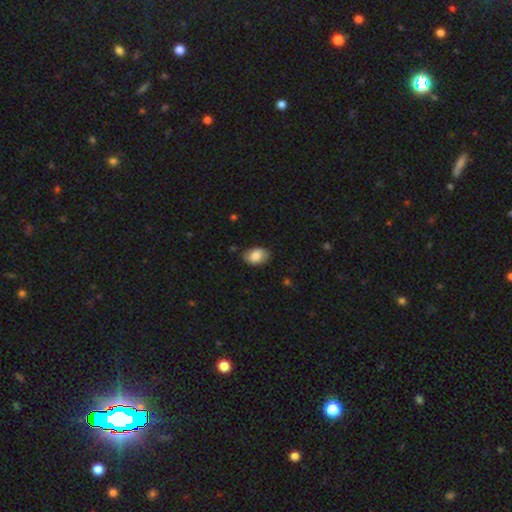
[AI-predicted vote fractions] Overall: smooth (80%). How rounded: in between (87%). Merging: none (79%).